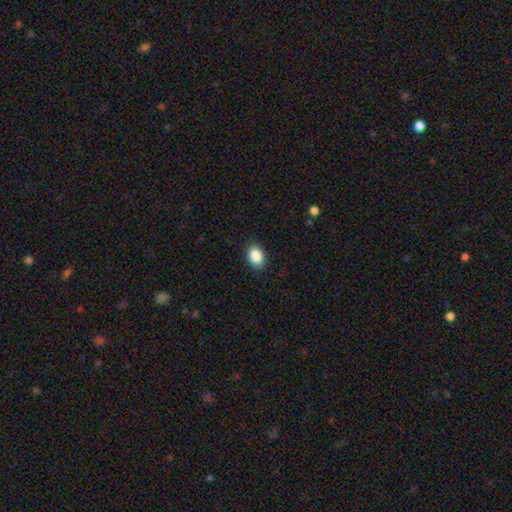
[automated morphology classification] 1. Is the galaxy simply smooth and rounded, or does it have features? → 88% smooth, 8% star or artifact, 4% featured or disk.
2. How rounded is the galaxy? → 77% in between, 22% round, 1% cigar-shaped.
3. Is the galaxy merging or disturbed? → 88% none, 9% minor disturbance, 2% major disturbance, 1% merger.